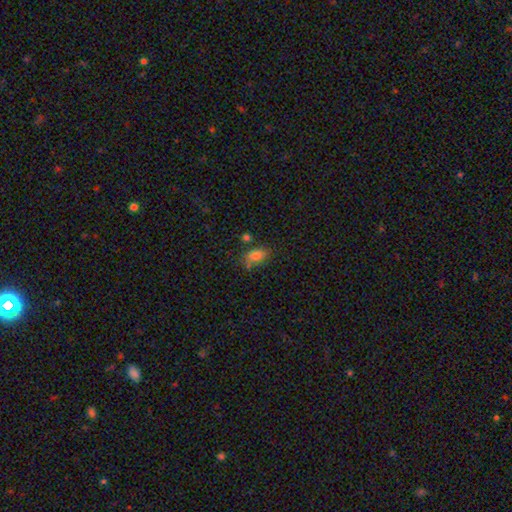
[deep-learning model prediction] This appears to be a smooth galaxy with no disk features (81%) that is in between round and cigar-shaped (88%). Merging: none (64%).